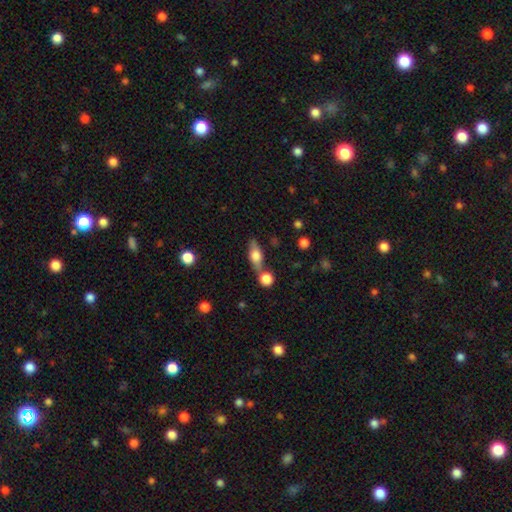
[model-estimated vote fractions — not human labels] Smooth or featured? Predicted: smooth (p=0.52). How rounded? Predicted: in between (p=0.59). Merging? Predicted: none (p=0.63).